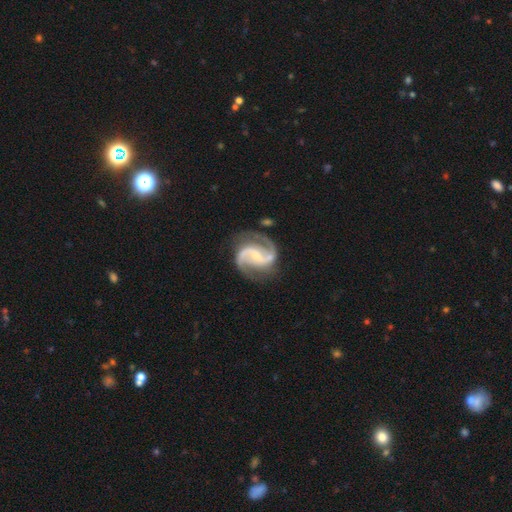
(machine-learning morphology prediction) type=featured or disk (93%); edge-on=no (98%); bar=weak (44%); spiral arms=yes (98%); winding=medium (61%); arm count=2 (93%); bulge=small (58%); merging=none (76%).